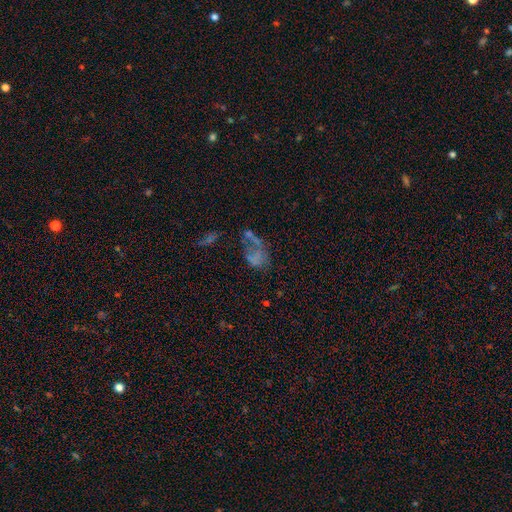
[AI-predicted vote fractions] A featured or disk galaxy (39%).

Vote fractions:
- Smooth or featured? featured or disk: 39% / smooth: 38% / star or artifact: 23%
- Merging? major disturbance: 35% / none: 26% / merger: 23% / minor disturbance: 16%